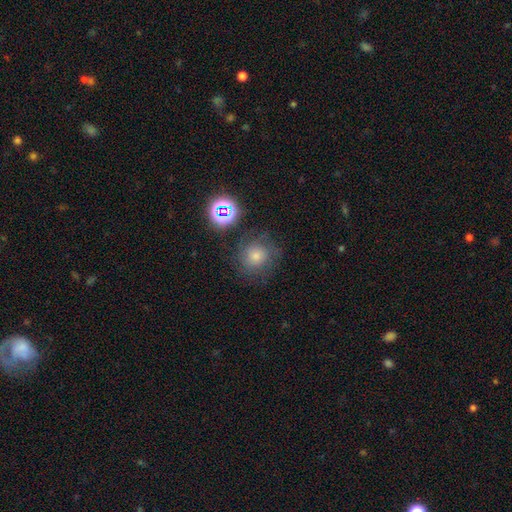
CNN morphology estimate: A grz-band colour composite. It shows a smooth galaxy with no disk features (49%). Merging: none (74%).